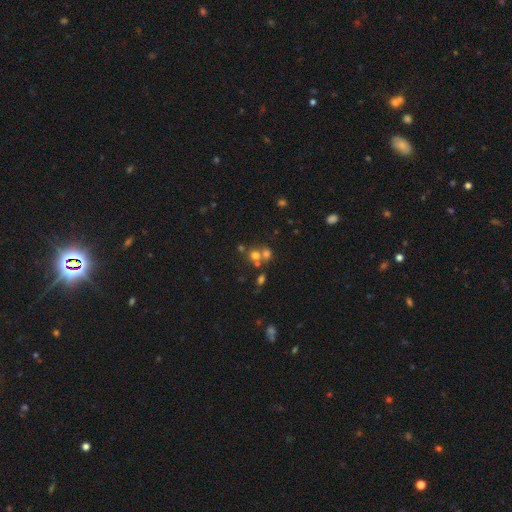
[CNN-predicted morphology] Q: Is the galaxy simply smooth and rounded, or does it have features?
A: smooth — 63%.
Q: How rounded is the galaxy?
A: round — 80%.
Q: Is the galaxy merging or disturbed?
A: none — 45%.